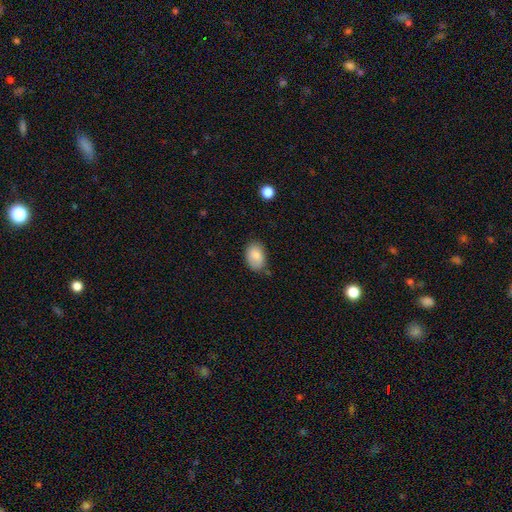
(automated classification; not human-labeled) The model was most divided on "merging": none: 72%, minor disturbance: 22%, major disturbance: 4%, merger: 2%. More confident: how rounded — in between (85%); smooth or featured — smooth (83%).